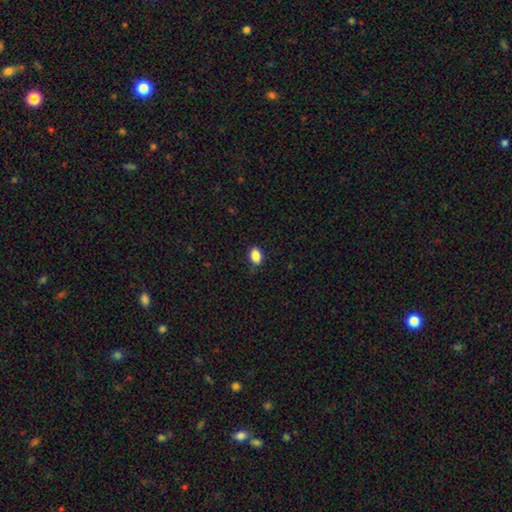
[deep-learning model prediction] This appears to be a smooth galaxy with no disk features (87%) that is in between round and cigar-shaped (86%). Merging: none (80%).